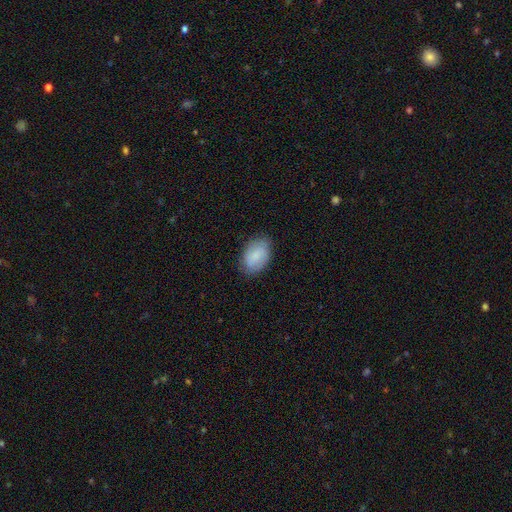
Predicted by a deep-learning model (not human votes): This is likely a smooth galaxy (80%). How rounded: clearly in between (90%). Merging: clearly none (80%).